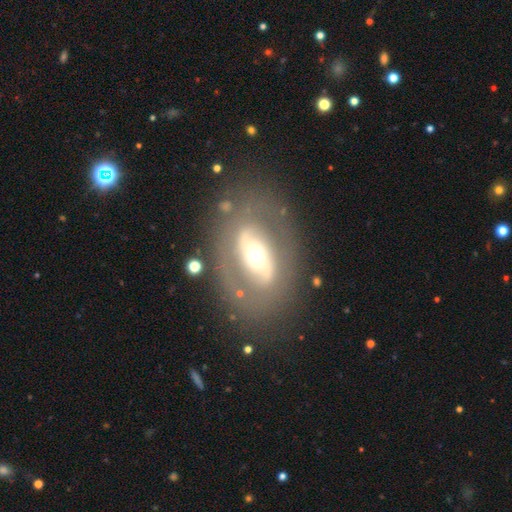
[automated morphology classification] type=featured or disk (67%); edge-on=no (92%); bar=no (38%); spiral arms=no (60%); bulge=moderate (61%); merging=none (74%).